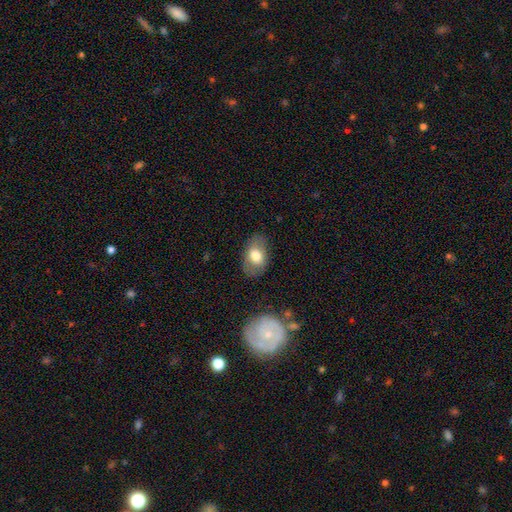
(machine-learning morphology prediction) Q: Smooth or featured?
A: smooth (72%); runner-up: featured or disk (21%)
Q: How rounded?
A: in between (88%); runner-up: round (11%)
Q: Merging?
A: none (77%); runner-up: minor disturbance (16%)